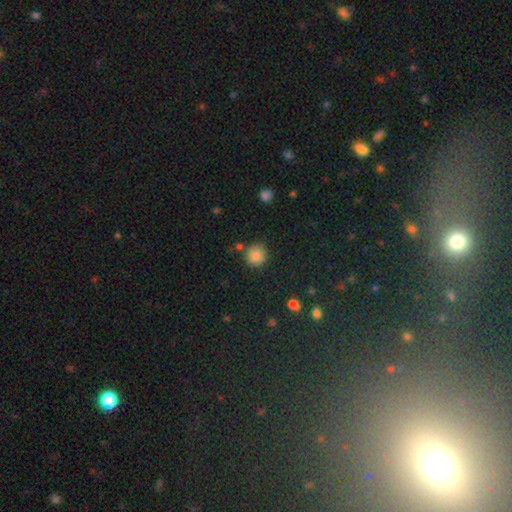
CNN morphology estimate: Smooth or featured: smooth — 85% (star or artifact — 11%)
How rounded: round — 87% (in between — 12%)
Merging: none — 81% (minor disturbance — 11%)